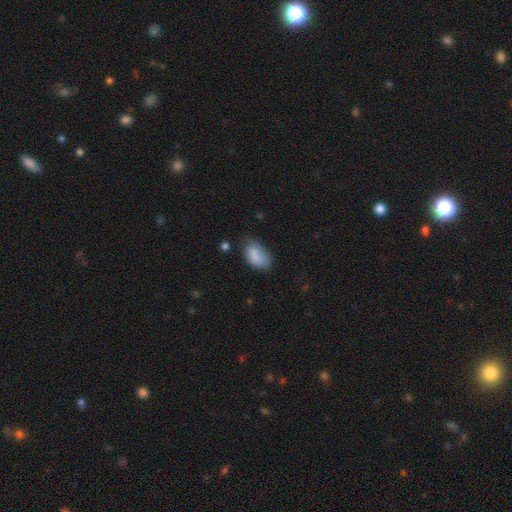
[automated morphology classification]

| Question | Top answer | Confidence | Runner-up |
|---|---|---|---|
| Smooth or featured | smooth | 82% | featured or disk (11%) |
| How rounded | in between | 92% | round (6%) |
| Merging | none | 57% | minor disturbance (30%) |